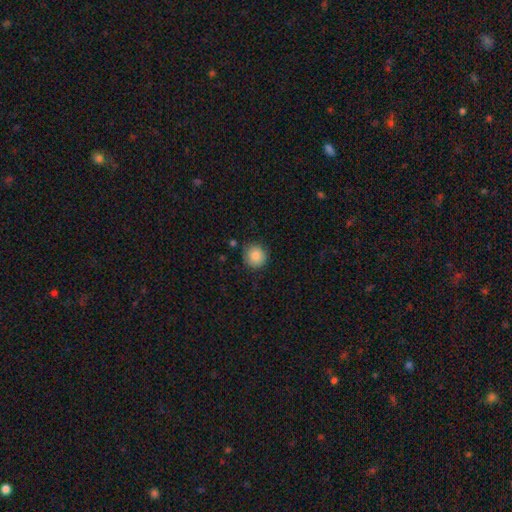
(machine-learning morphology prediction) smooth-or-featured: smooth: 86% | star or artifact: 9% | featured or disk: 6%
  how-rounded: round: 93% | in between: 6% | cigar-shaped: 1%
  merging: none: 85% | minor disturbance: 11% | major disturbance: 2% | merger: 2%